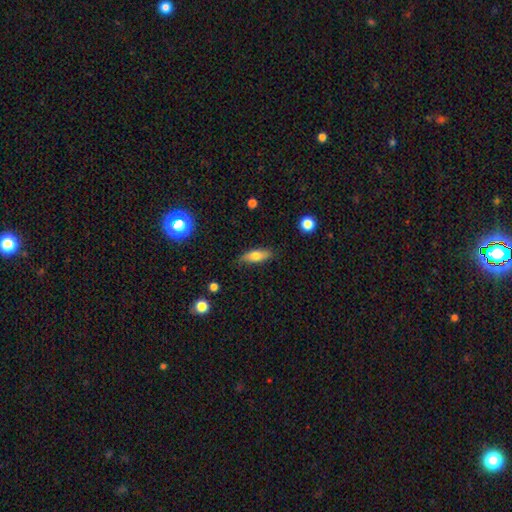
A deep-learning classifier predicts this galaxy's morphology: A smooth galaxy with no disk features (68%) that is in between round and cigar-shaped (62%).

Vote fractions:
- Smooth or featured? smooth: 68% / featured or disk: 25% / star or artifact: 7%
- How rounded? in between: 62% / cigar-shaped: 35% / round: 3%
- Merging? none: 79% / minor disturbance: 16% / major disturbance: 3% / merger: 1%